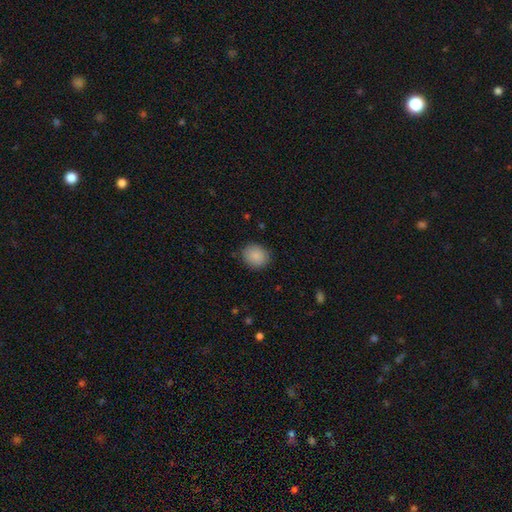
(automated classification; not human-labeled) This appears to be a smooth galaxy with no disk features (87%) that is round (66%). Merging: none (86%).